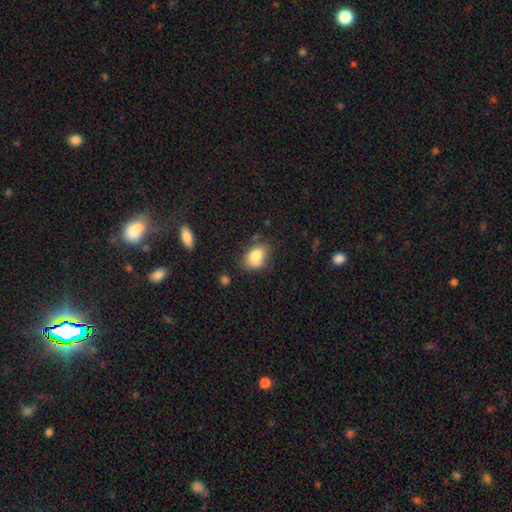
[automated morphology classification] Overall: smooth (80%). How rounded: in between (79%). Merging: none (62%; minor disturbance 25%).